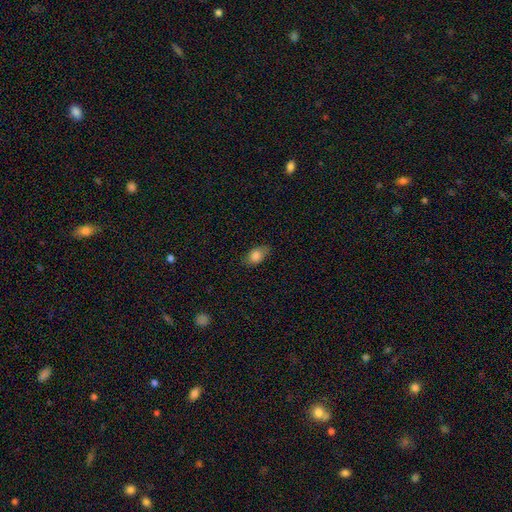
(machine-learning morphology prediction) smooth-or-featured: smooth: 83% | featured or disk: 9% | star or artifact: 8%
  how-rounded: in between: 85% | round: 13% | cigar-shaped: 3%
  merging: none: 76% | minor disturbance: 19% | major disturbance: 4% | merger: 1%